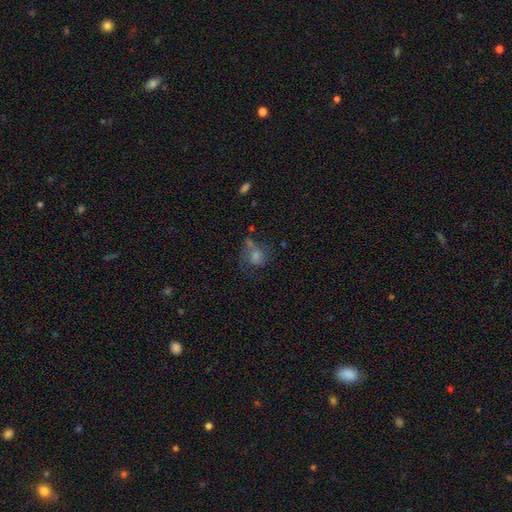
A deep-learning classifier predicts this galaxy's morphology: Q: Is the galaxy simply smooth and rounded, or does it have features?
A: smooth — 47%.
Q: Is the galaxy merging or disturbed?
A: none — 47%.